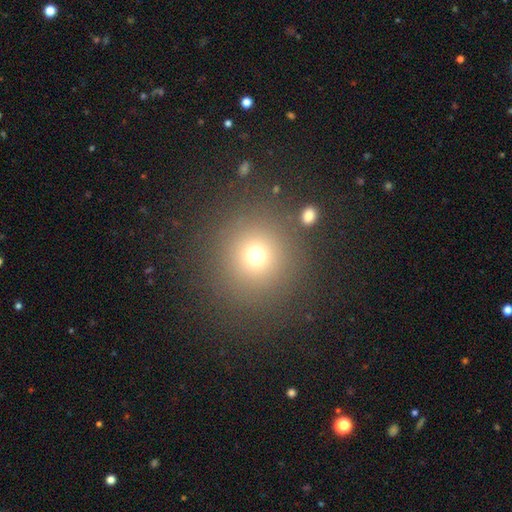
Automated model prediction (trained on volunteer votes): A smooth galaxy with no disk features (72%) that is round (94%).

Vote fractions:
- Smooth or featured? smooth: 72% / star or artifact: 19% / featured or disk: 9%
- How rounded? round: 94% / in between: 5% / cigar-shaped: 1%
- Merging? none: 85% / minor disturbance: 7% / major disturbance: 4% / merger: 4%